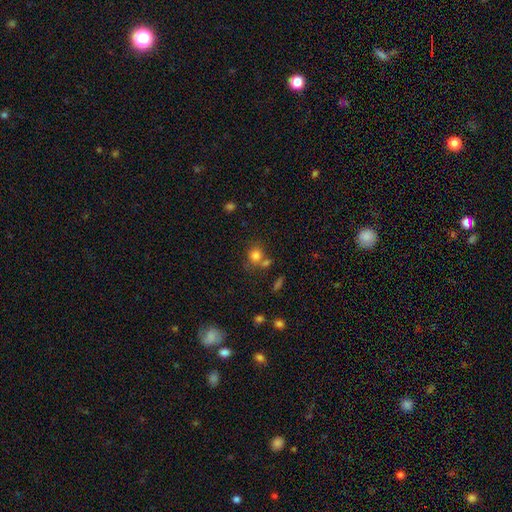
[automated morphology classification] Smooth or featured? Predicted: smooth (p=0.79). How rounded? Predicted: round (p=0.77). Merging? Predicted: none (p=0.54).